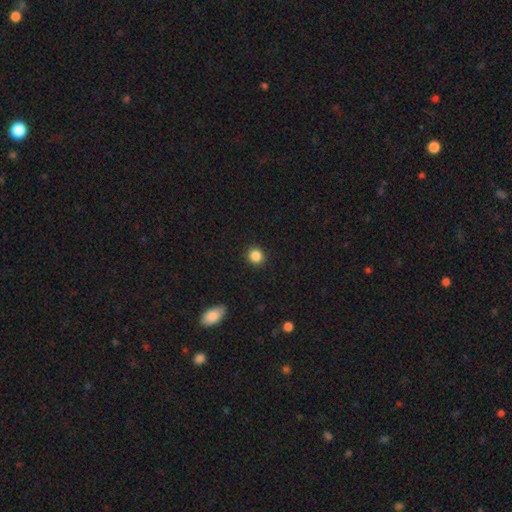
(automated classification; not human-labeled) smooth_or_featured: smooth (p=0.86) [alt: star or artifact p=0.10]
how_rounded: round (p=0.89) [alt: in between p=0.10]
merging: none (p=0.91) [alt: minor disturbance p=0.06]